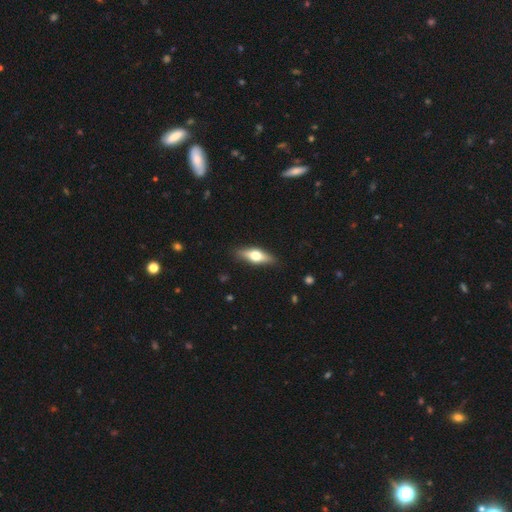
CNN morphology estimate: This appears to be a featured or disk galaxy (50%). Merging: none (87%).